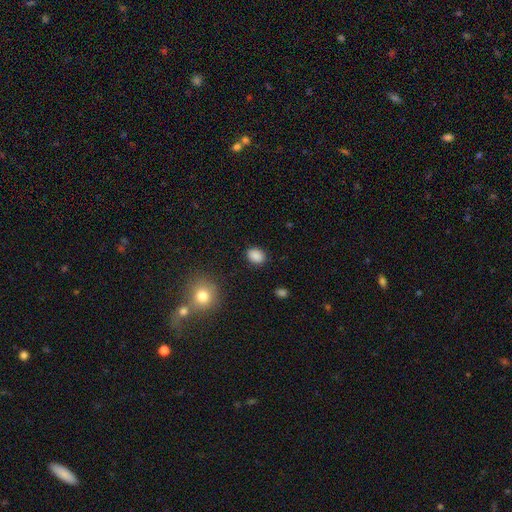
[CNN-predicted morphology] Overall: smooth (86%). How rounded: in between (62%; round 37%). Merging: none (85%).